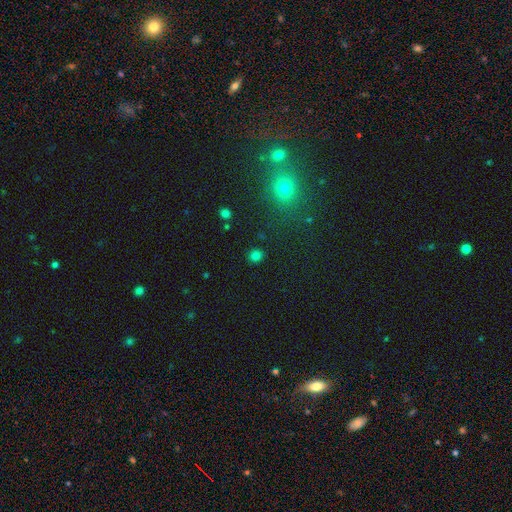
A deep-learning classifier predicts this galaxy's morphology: type=smooth (79%); roundness=round (84%); merging=none (88%).